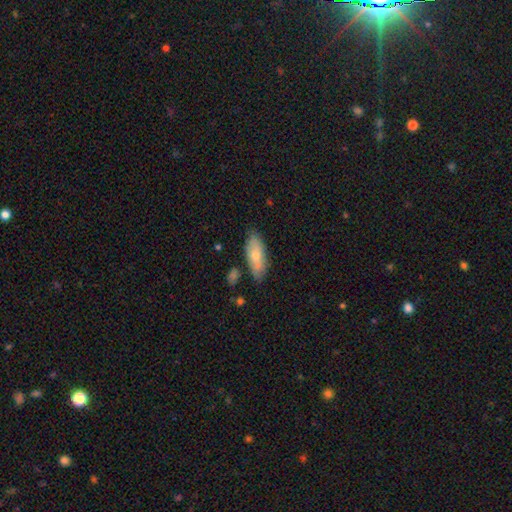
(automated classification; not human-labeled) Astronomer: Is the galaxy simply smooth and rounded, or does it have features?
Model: smooth — 70%.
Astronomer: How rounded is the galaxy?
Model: in between — 76%.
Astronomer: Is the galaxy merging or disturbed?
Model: none — 74%.